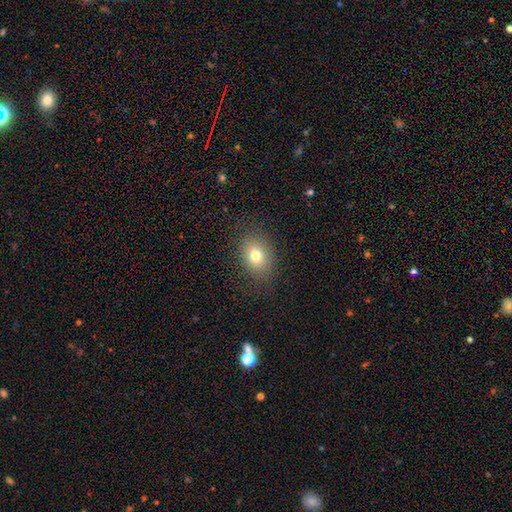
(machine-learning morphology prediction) smooth 77%, star or artifact 12%, featured or disk 11%. Down the decision tree: how rounded — in between (58%); merging — none (84%).